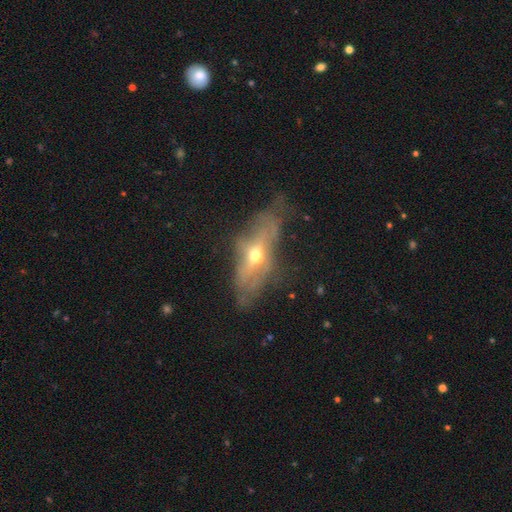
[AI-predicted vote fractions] Morphology: type=featured or disk (58%); edge-on=no (63%); merging=none (39%).